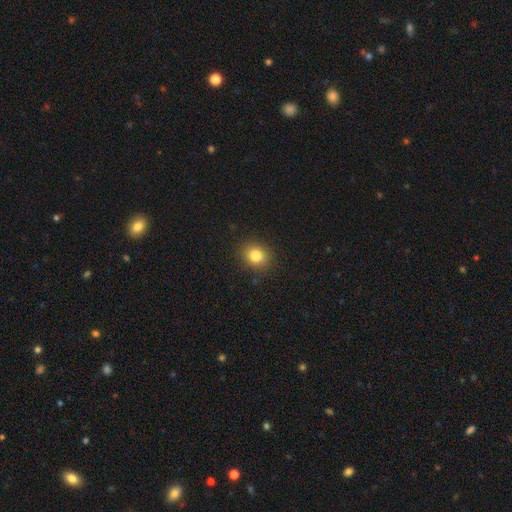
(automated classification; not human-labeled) Morphology: type=smooth (81%); roundness=round (72%); merging=none (89%).